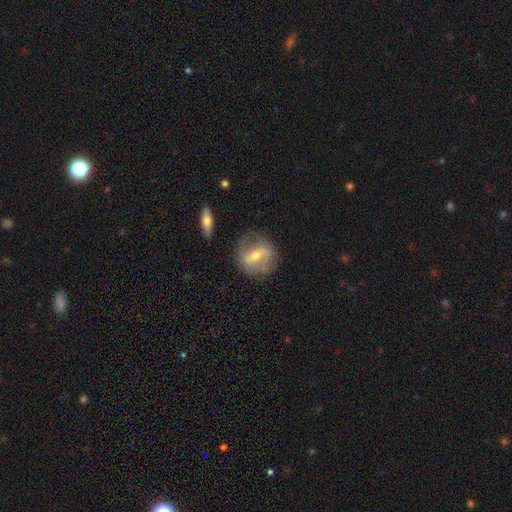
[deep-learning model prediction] This is possibly a featured or disk galaxy (60%). It is clearly not viewed edge-on (91%). Bar: marginally strong (42%). Spiral arm pattern: possibly yes (57%). Central bulge: possibly moderate (57%). Merging: likely none (72%).